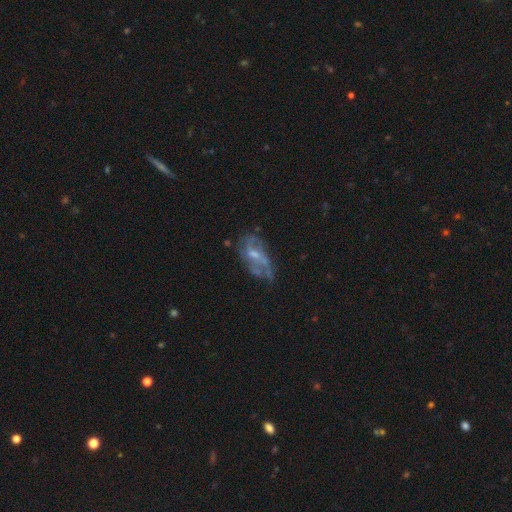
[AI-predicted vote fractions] A featured or disk galaxy (68%) with no bar (46%), spiral arms (58%) and a small central bulge (45%). Merging: none (43%).